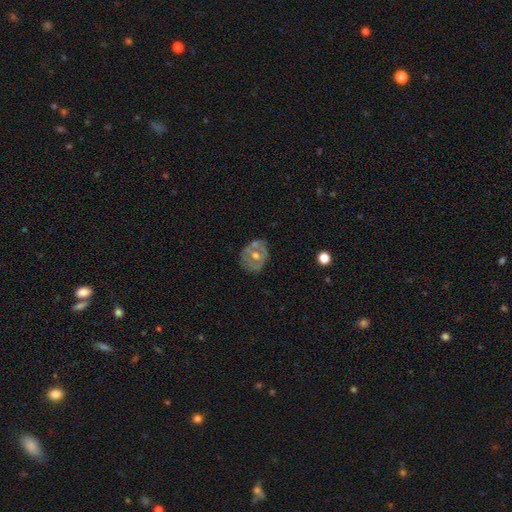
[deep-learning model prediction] Morphology: type=featured or disk (60%); edge-on=no (95%); bar=no (71%); spiral arms=no (74%); bulge=moderate (75%); merging=none (67%).